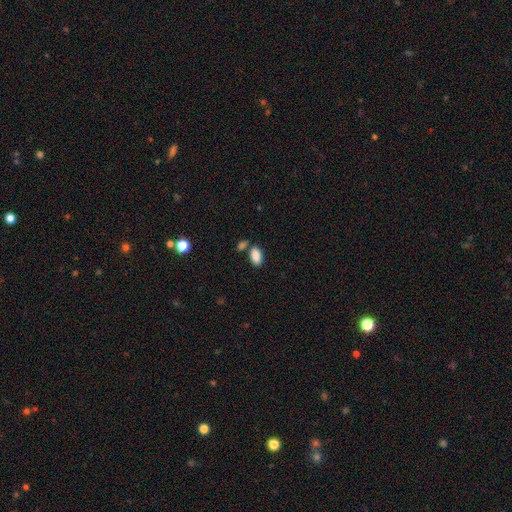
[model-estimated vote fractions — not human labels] Smooth or featured?
  - smooth: 88% *
  - star or artifact: 8%
  - featured or disk: 4%
How rounded?
  - in between: 93% *
  - round: 3%
  - cigar-shaped: 3%
Merging?
  - none: 65% *
  - merger: 19%
  - minor disturbance: 12%
  - major disturbance: 3%